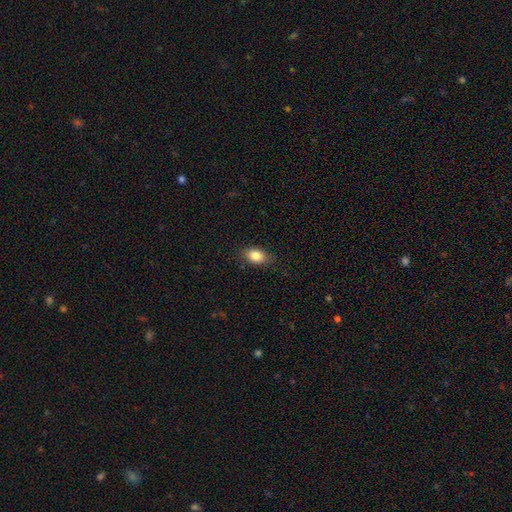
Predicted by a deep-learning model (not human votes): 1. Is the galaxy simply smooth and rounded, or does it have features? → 86% smooth, 8% star or artifact, 6% featured or disk.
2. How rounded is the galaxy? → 84% in between, 13% round, 2% cigar-shaped.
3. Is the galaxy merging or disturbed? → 83% none, 13% minor disturbance, 3% major disturbance, 1% merger.